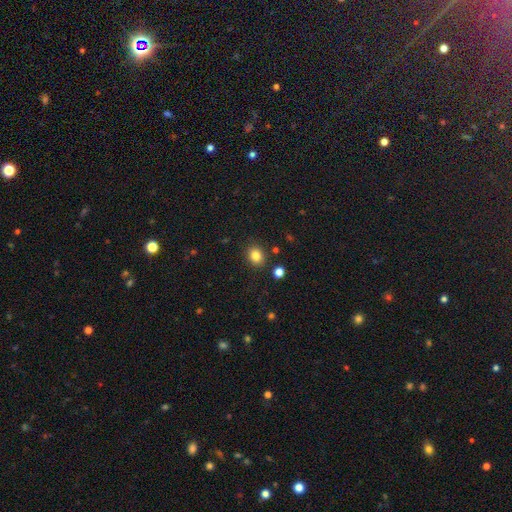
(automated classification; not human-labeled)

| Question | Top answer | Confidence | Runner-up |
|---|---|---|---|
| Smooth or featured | smooth | 83% | star or artifact (11%) |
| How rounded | round | 60% | in between (40%) |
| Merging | none | 86% | minor disturbance (9%) |